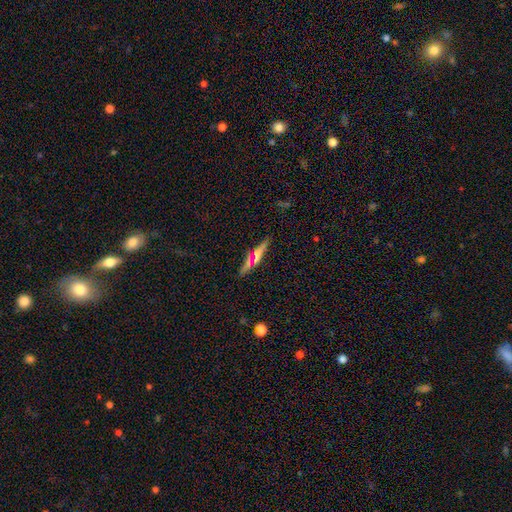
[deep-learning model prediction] Smooth or featured? Predicted: featured or disk (p=0.44). Merging? Predicted: none (p=0.83).